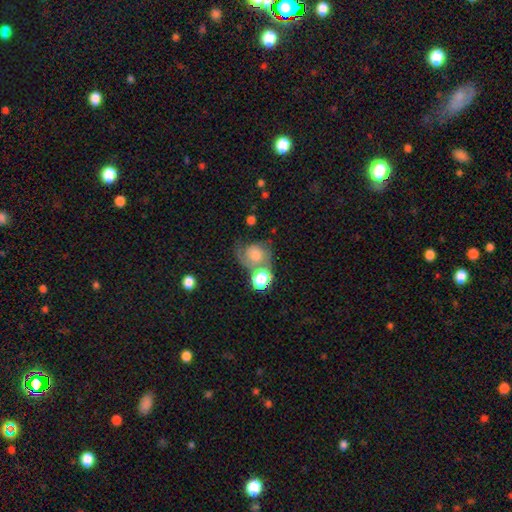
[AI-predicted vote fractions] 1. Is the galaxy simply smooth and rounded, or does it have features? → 46% featured or disk, 43% smooth, 11% star or artifact.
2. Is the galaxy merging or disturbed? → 36% none, 28% merger, 18% minor disturbance, 18% major disturbance.